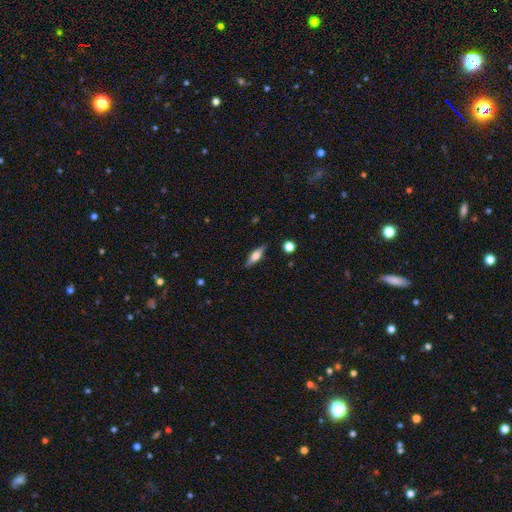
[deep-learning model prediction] featured or disk 51%, smooth 42%, star or artifact 7%. Down the decision tree: edge-on disk — yes (94%); merging — none (87%).